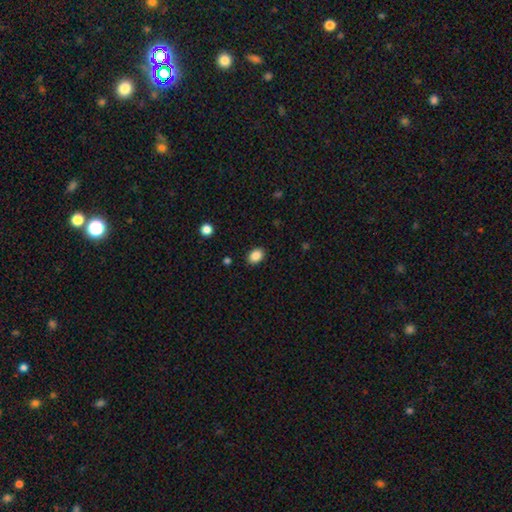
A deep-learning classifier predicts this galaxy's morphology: smooth 88%, star or artifact 9%, featured or disk 4%. Down the decision tree: how rounded — in between (77%); merging — none (88%).